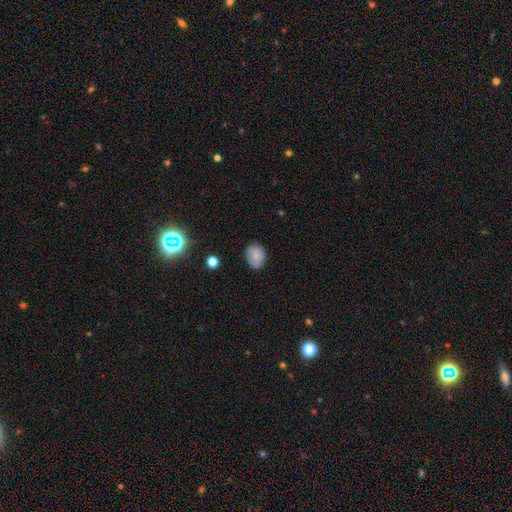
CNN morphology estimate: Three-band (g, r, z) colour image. It shows a smooth galaxy with no disk features (75%) that is in between round and cigar-shaped (58%). Merging: none (79%).